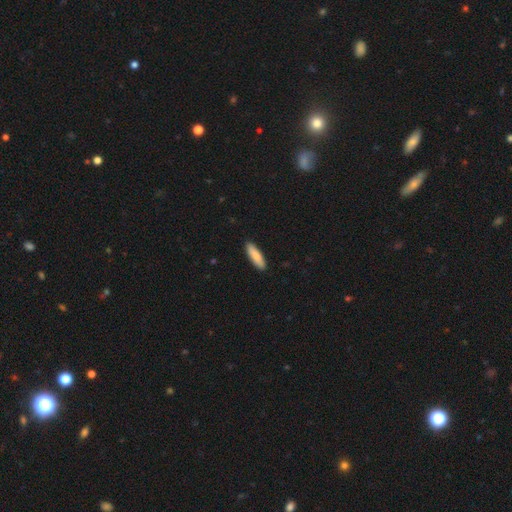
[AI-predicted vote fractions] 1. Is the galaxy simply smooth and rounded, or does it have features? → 86% smooth, 9% featured or disk, 5% star or artifact.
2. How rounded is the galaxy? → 61% cigar-shaped, 38% in between, 1% round.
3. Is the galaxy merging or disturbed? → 91% none, 7% minor disturbance, 1% major disturbance, 1% merger.